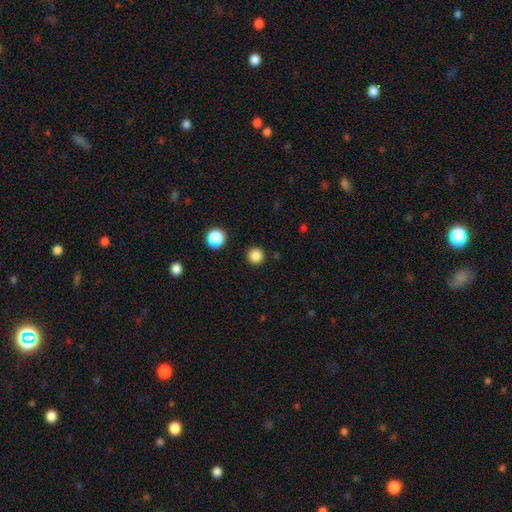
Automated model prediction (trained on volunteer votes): Smooth or featured?
  - smooth: 85% *
  - star or artifact: 12%
  - featured or disk: 3%
How rounded?
  - round: 96% *
  - in between: 3%
  - cigar-shaped: 1%
Merging?
  - none: 92% *
  - minor disturbance: 4%
  - major disturbance: 2%
  - merger: 2%